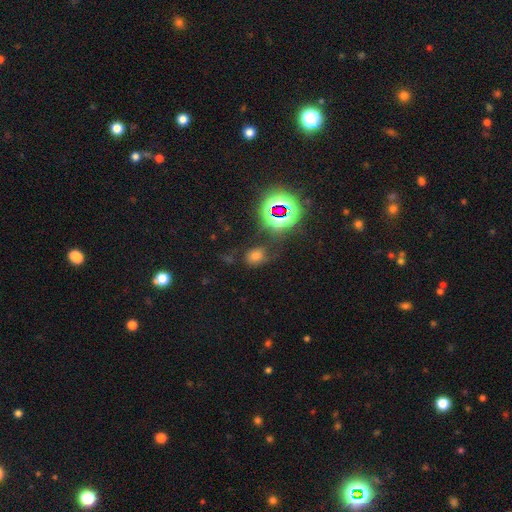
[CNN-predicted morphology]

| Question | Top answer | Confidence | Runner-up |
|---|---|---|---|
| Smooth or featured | smooth | 57% | star or artifact (33%) |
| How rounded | in between | 64% | round (35%) |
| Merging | none | 67% | minor disturbance (19%) |